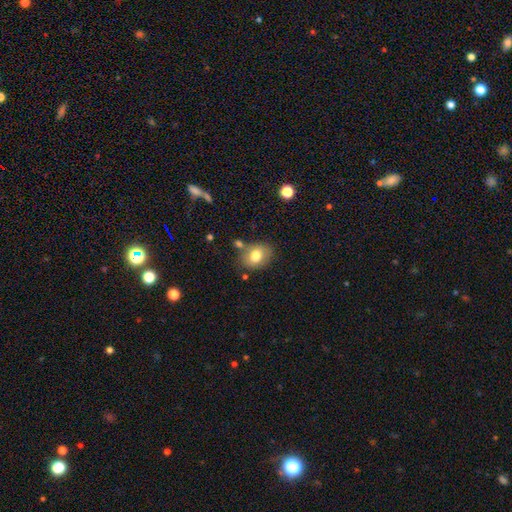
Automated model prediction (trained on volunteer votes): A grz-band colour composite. It shows a smooth galaxy with no disk features (76%) that is in between round and cigar-shaped (64%). Merging: none (70%).